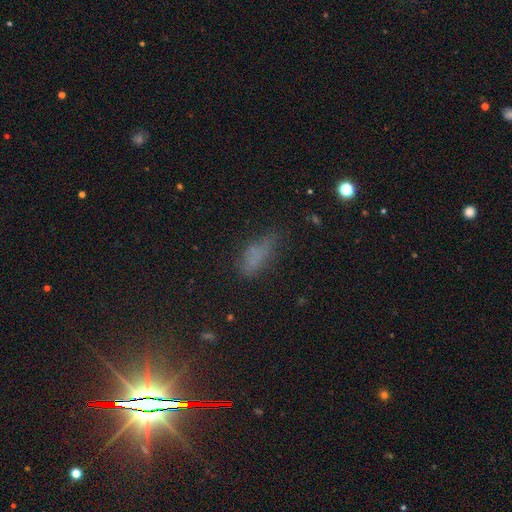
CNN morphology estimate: Q: Smooth or featured?
A: smooth (61%); runner-up: star or artifact (22%)
Q: How rounded?
A: in between (66%); runner-up: cigar-shaped (29%)
Q: Merging?
A: none (46%); runner-up: minor disturbance (30%)